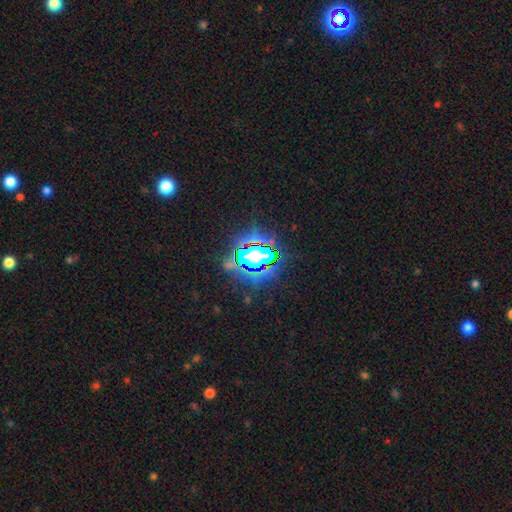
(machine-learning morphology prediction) This is clearly a star or artifact rather than a galaxy (81%).